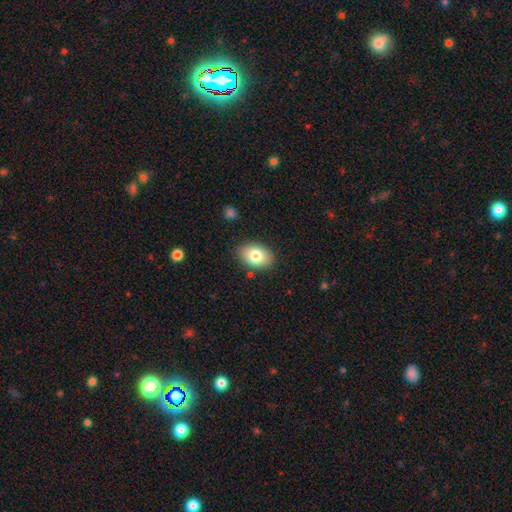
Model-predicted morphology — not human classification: smooth 80%, featured or disk 12%, star or artifact 8%. Down the decision tree: how rounded — in between (84%); merging — none (86%).